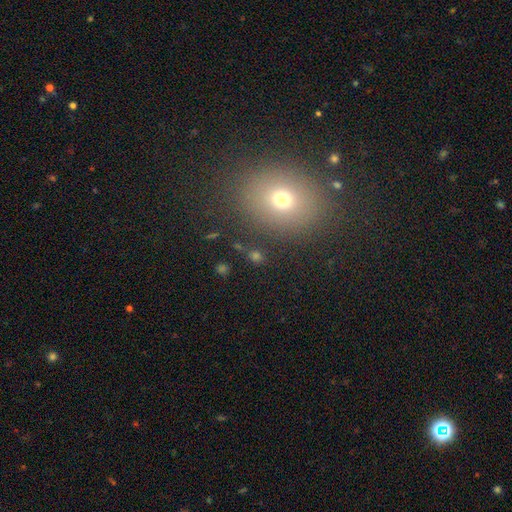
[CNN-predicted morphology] A smooth galaxy with no disk features (64%) that is round (65%). Merging: none (81%).